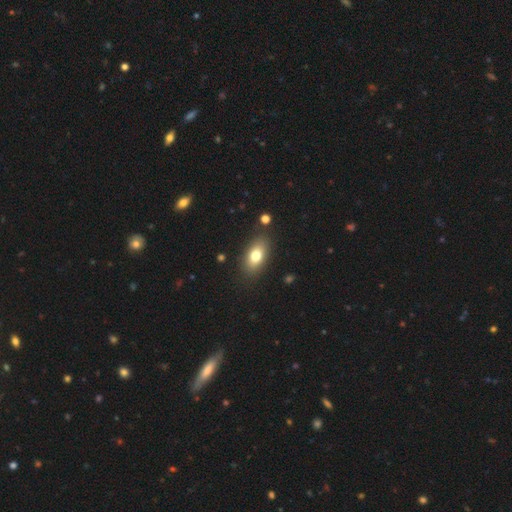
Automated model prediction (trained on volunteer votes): A smooth galaxy with no disk features (75%) that is in between round and cigar-shaped (87%). Merging: none (85%).